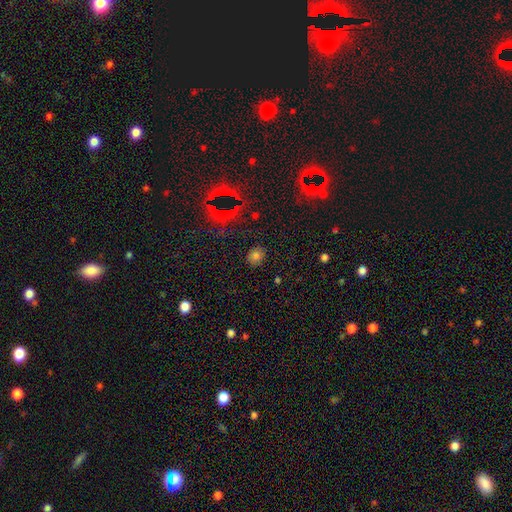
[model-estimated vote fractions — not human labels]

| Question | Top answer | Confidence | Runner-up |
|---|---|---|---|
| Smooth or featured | smooth | 74% | star or artifact (18%) |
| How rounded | round | 72% | in between (27%) |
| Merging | none | 86% | minor disturbance (10%) |